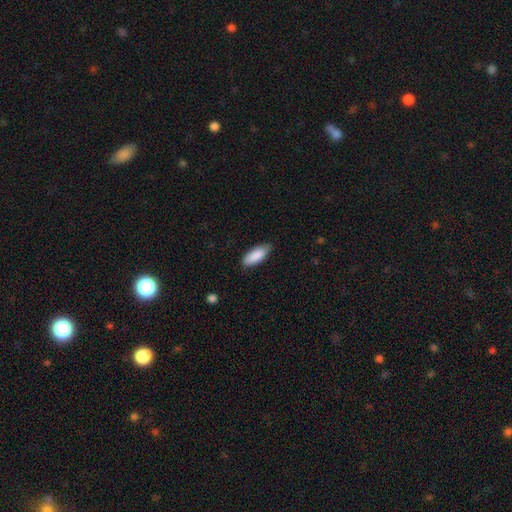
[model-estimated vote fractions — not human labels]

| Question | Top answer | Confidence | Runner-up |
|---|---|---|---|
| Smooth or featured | smooth | 89% | star or artifact (6%) |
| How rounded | in between | 77% | cigar-shaped (21%) |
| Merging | none | 81% | minor disturbance (16%) |